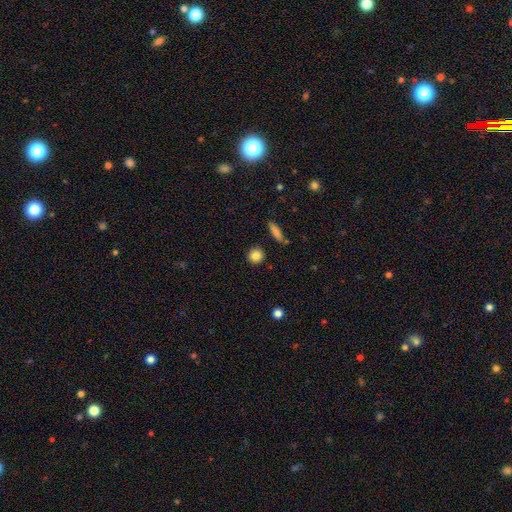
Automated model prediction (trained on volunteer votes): A smooth galaxy with no disk features (85%) that is round (90%).

Vote fractions:
- Smooth or featured? smooth: 85% / star or artifact: 9% / featured or disk: 6%
- How rounded? round: 90% / in between: 8% / cigar-shaped: 2%
- Merging? none: 89% / minor disturbance: 7% / merger: 2% / major disturbance: 2%